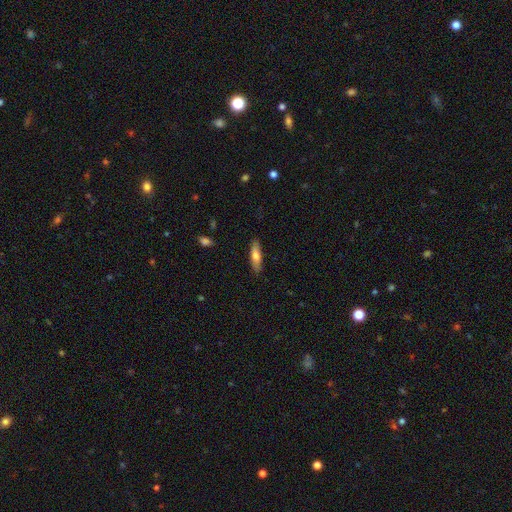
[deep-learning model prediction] Smooth or featured? smooth (68%)
How rounded? cigar-shaped (61%)
Merging? none (87%)